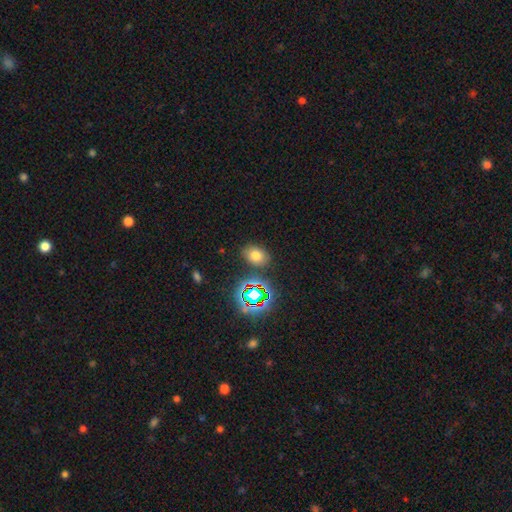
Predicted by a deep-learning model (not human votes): smooth 67%, star or artifact 23%, featured or disk 10%. Down the decision tree: how rounded — in between (73%); merging — none (82%).